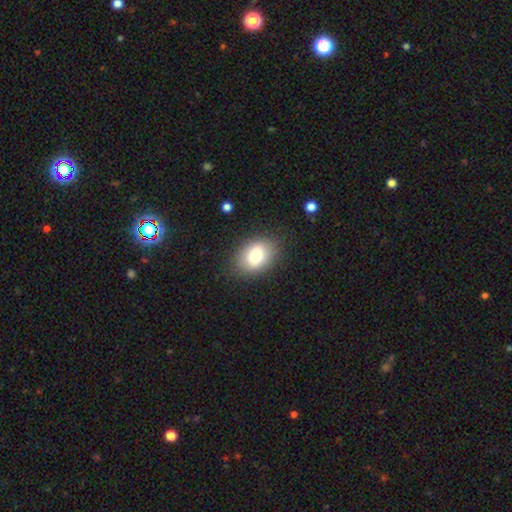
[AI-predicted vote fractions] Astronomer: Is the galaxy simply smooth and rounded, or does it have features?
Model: smooth — 81%.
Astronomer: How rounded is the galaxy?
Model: in between — 79%.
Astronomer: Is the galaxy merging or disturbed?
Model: none — 84%.